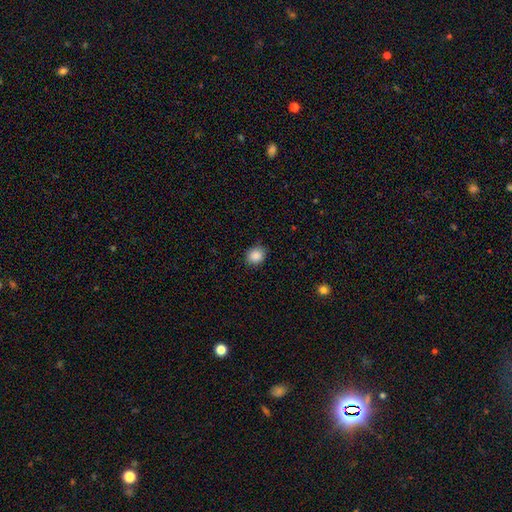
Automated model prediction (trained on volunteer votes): smooth 88%, star or artifact 9%, featured or disk 3%. Down the decision tree: how rounded — round (65%); merging — none (85%).